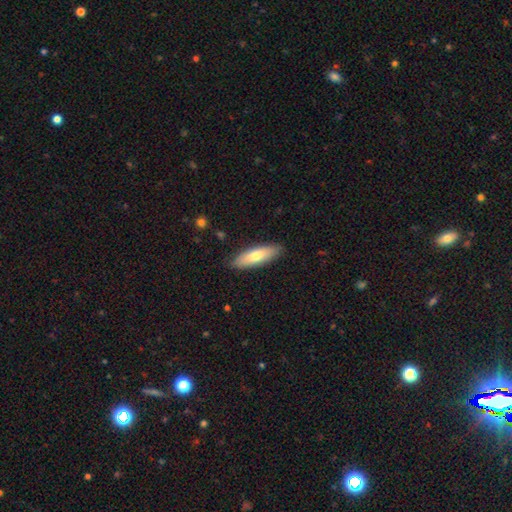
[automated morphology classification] This is likely a smooth galaxy (72%). How rounded: possibly cigar-shaped (50%). Merging: clearly none (86%).